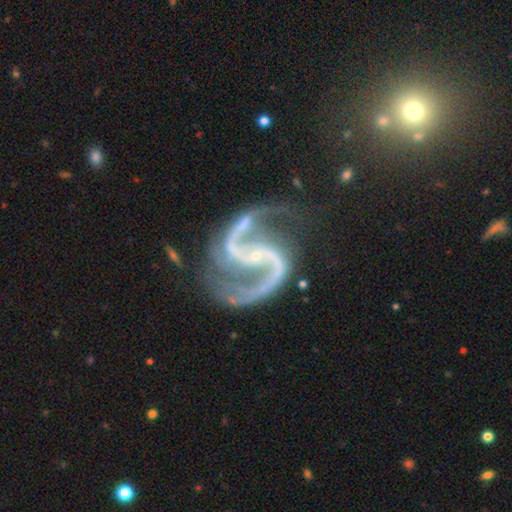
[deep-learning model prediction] Smooth or featured? featured or disk (94%)
Edge-on disk? no (98%)
Bar? no (34%, tied with strong)
Spiral arms? yes (99%)
Spiral winding? medium (58%)
Spiral arm count? 2 (94%)
Bulge size? small (86%)
Merging? none (65%)